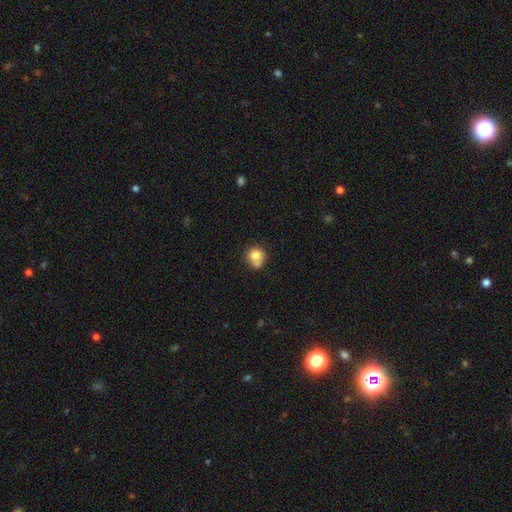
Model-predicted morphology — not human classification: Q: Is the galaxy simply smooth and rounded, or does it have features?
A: smooth — 78%.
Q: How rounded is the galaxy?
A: round — 84%.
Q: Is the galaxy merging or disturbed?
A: none — 49%.